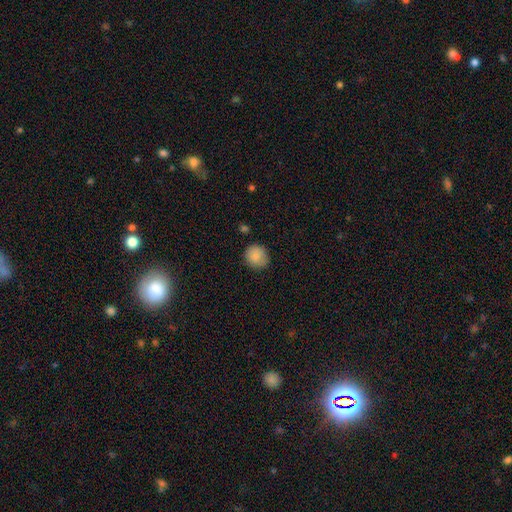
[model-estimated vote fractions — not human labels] Smooth or featured? smooth (86%)
How rounded? round (86%)
Merging? none (84%)